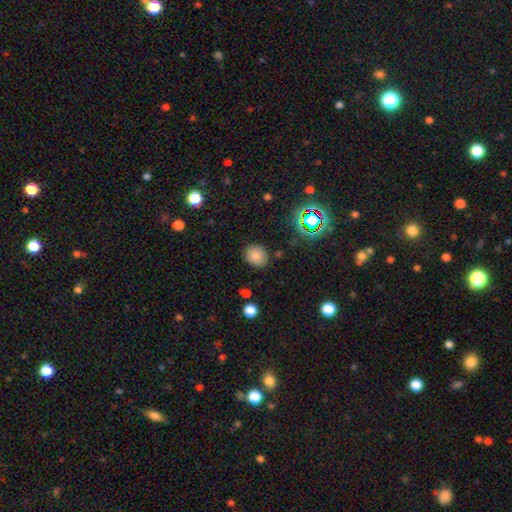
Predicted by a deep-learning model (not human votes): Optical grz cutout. It shows a smooth galaxy with no disk features (79%) that is round (62%). Merging: none (83%).